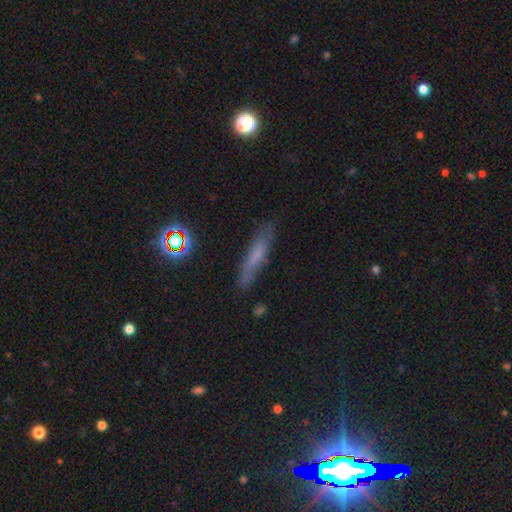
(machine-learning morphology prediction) smooth_or_featured: smooth (p=0.49) [alt: featured or disk p=0.34]
merging: none (p=0.75) [alt: minor disturbance p=0.18]